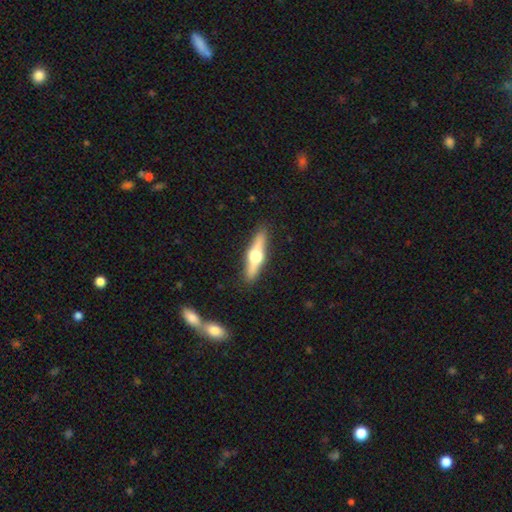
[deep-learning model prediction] A featured or disk galaxy (64%) viewed edge-on (95%) with a rounded central bulge (96%).

Vote fractions:
- Smooth or featured? featured or disk: 64% / smooth: 30% / star or artifact: 5%
- Edge-on disk? yes: 95% / no: 5%
- Edge-on bulge? rounded: 96% / boxy: 3% / none: 2%
- Merging? none: 89% / minor disturbance: 8% / major disturbance: 2% / merger: 1%